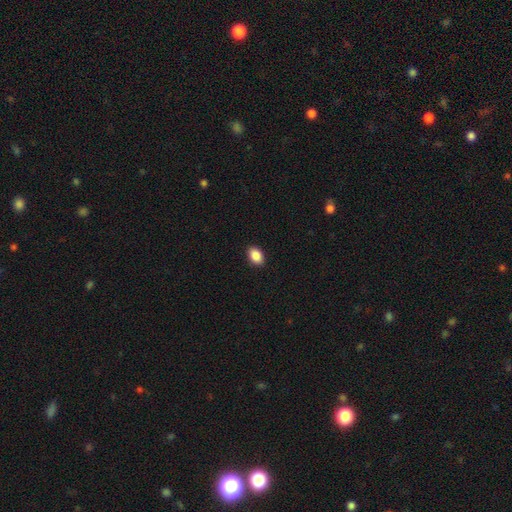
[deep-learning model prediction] Smooth or featured?
  - smooth: 88% *
  - star or artifact: 8%
  - featured or disk: 4%
How rounded?
  - in between: 85% *
  - round: 14%
  - cigar-shaped: 1%
Merging?
  - none: 90% *
  - minor disturbance: 7%
  - major disturbance: 2%
  - merger: 1%